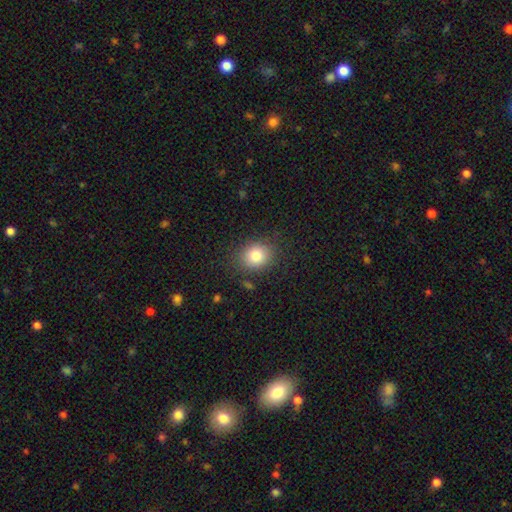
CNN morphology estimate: Smooth or featured? Predicted: smooth (p=0.81). How rounded? Predicted: round (p=0.64). Merging? Predicted: none (p=0.85).